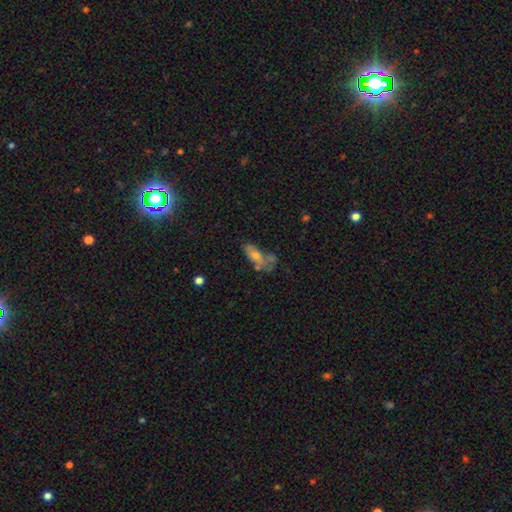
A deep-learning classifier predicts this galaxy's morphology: smooth-or-featured: smooth: 48% | featured or disk: 35% | star or artifact: 17%
  merging: none: 33% | major disturbance: 25% | minor disturbance: 23% | merger: 19%